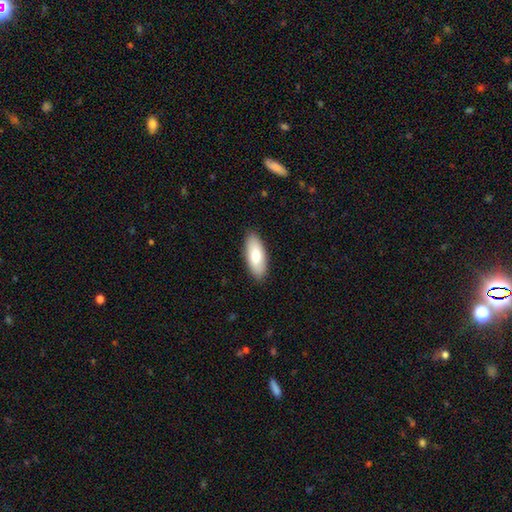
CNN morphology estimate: Smooth or featured? smooth (79%)
How rounded? in between (80%)
Merging? none (88%)